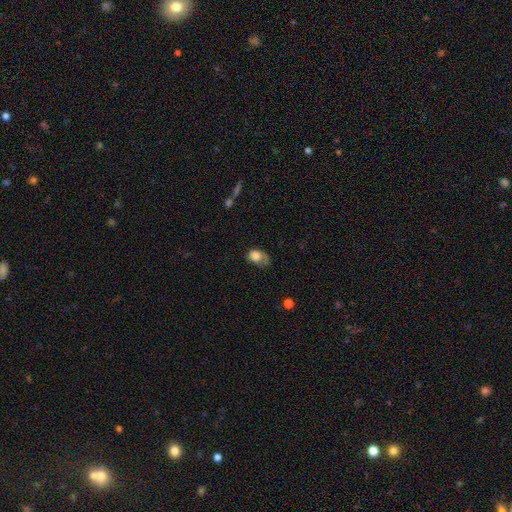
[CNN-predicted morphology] Smooth or featured? Predicted: smooth (p=0.73). How rounded? Predicted: in between (p=0.75). Merging? Predicted: minor disturbance (p=0.33, tied with none).